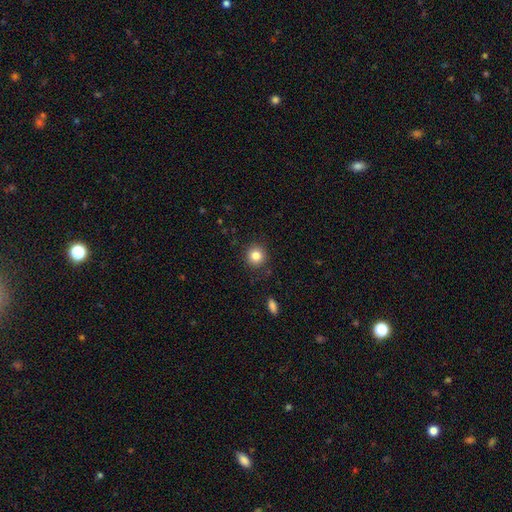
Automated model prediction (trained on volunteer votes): This appears to be a smooth galaxy with no disk features (83%) that is round (92%). Merging: none (88%).